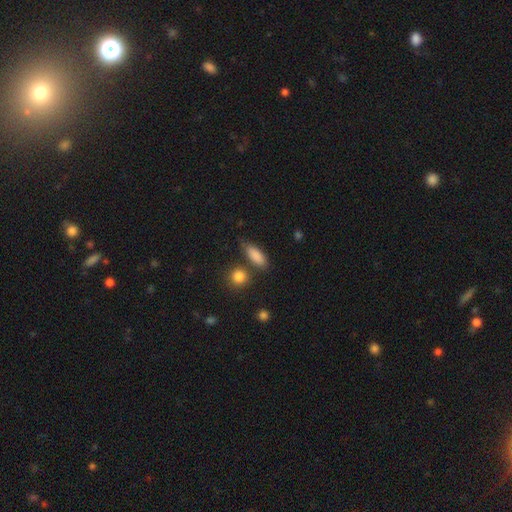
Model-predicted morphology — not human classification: Q: Smooth or featured?
A: smooth (86%); runner-up: star or artifact (7%)
Q: How rounded?
A: in between (69%); runner-up: cigar-shaped (26%)
Q: Merging?
A: none (69%); runner-up: minor disturbance (17%)